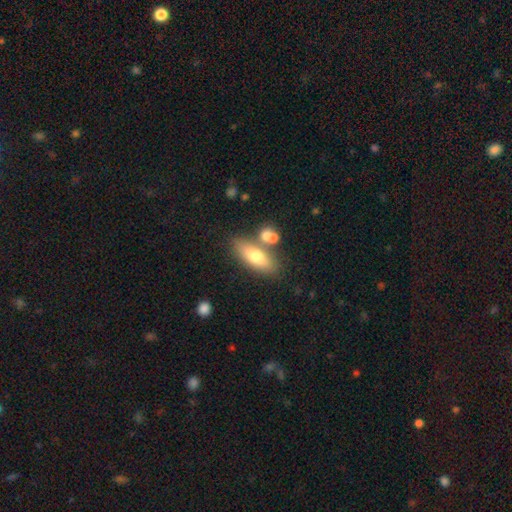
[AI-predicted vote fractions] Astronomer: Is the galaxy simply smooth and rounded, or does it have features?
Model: smooth — 68%.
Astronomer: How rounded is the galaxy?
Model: in between — 67%.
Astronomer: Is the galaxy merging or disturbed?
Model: none — 64%.